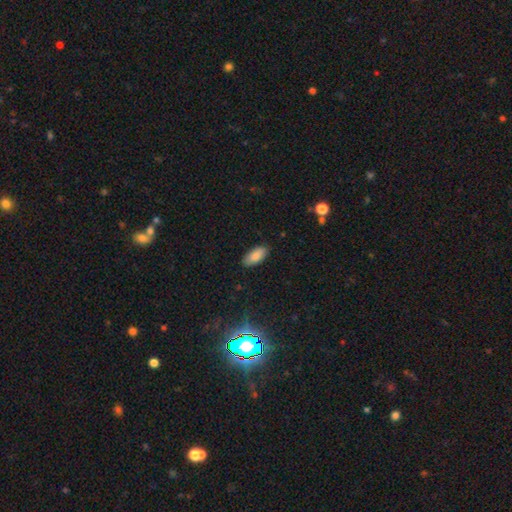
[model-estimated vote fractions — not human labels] This is clearly a smooth galaxy (87%). How rounded: clearly in between (89%). Merging: clearly none (88%).